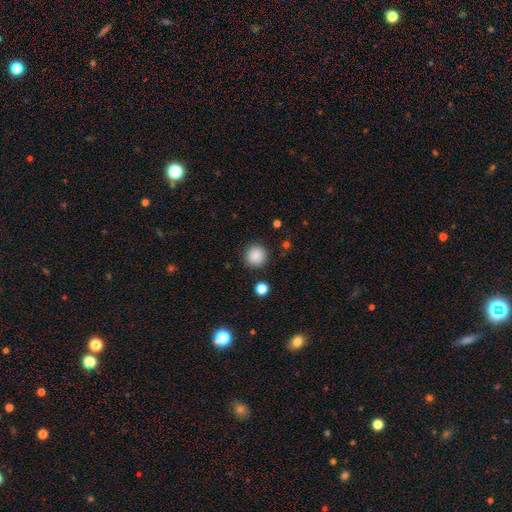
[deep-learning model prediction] Overall: smooth (88%). How rounded: round (93%). Merging: none (89%).